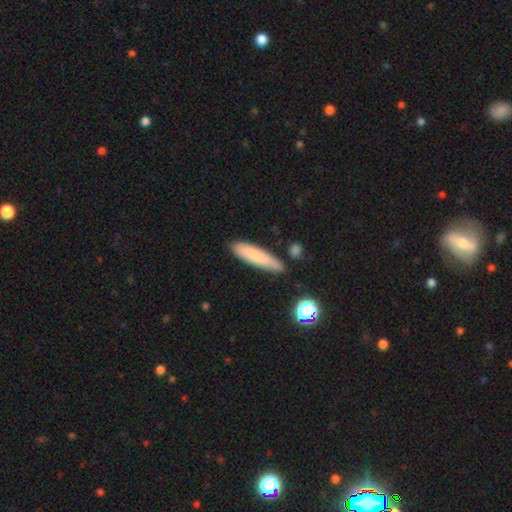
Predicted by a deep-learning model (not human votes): This appears to be a smooth galaxy with no disk features (80%) that is cigar-shaped (78%). Merging: none (81%).